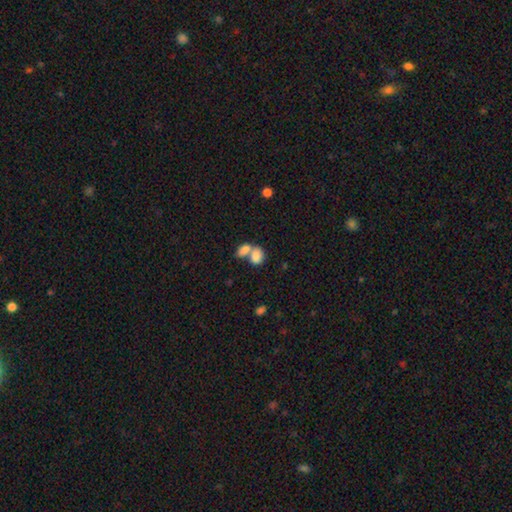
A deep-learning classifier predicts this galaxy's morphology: This appears to be a smooth galaxy with no disk features (82%) that is in between round and cigar-shaped (82%). Merging: merger (67%).